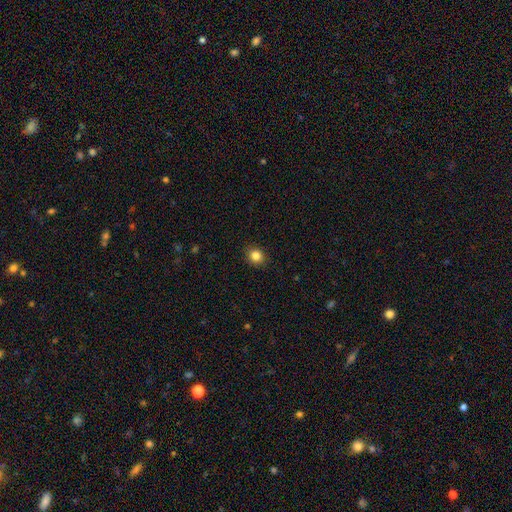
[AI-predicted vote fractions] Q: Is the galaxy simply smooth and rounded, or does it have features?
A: smooth — 84%.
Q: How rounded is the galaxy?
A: round — 73%.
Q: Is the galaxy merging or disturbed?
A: none — 90%.